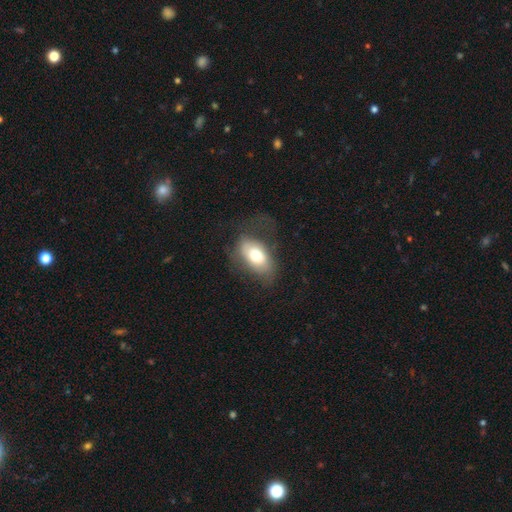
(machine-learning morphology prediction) The model was most divided on "merging": none: 50%, major disturbance: 24%, minor disturbance: 24%, merger: 2%. More confident: how rounded — in between (91%); smooth or featured — smooth (66%).